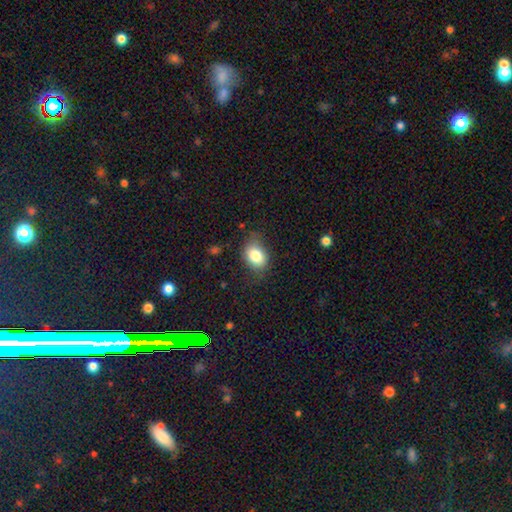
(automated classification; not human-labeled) This is clearly a smooth galaxy (82%). How rounded: likely in between (71%). Merging: likely none (69%).